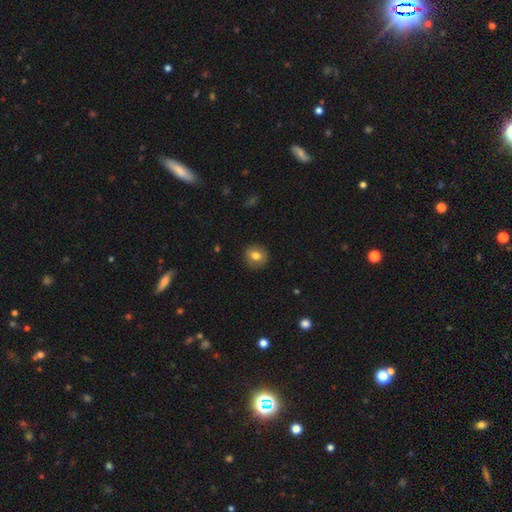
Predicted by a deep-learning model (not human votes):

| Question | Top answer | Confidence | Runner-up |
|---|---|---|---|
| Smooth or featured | smooth | 77% | featured or disk (14%) |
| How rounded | round | 89% | in between (10%) |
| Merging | none | 90% | minor disturbance (7%) |